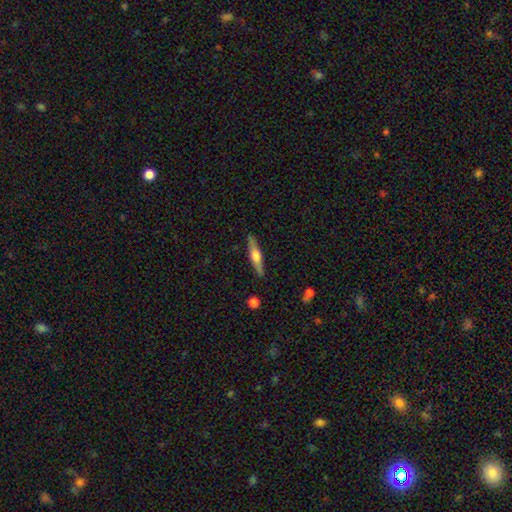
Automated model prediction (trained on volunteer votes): This is likely a featured or disk galaxy (60%). It is clearly viewed edge-on (96%). Edge-on bulge: clearly rounded (87%). Merging: clearly none (88%).